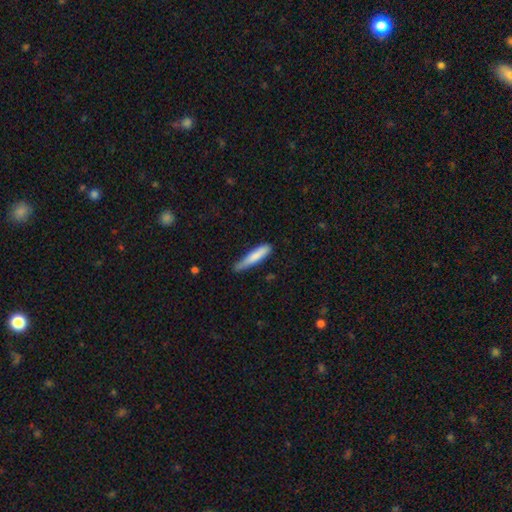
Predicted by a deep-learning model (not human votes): smooth 79%, featured or disk 16%, star or artifact 5%. Down the decision tree: how rounded — cigar-shaped (87%); merging — none (60%).